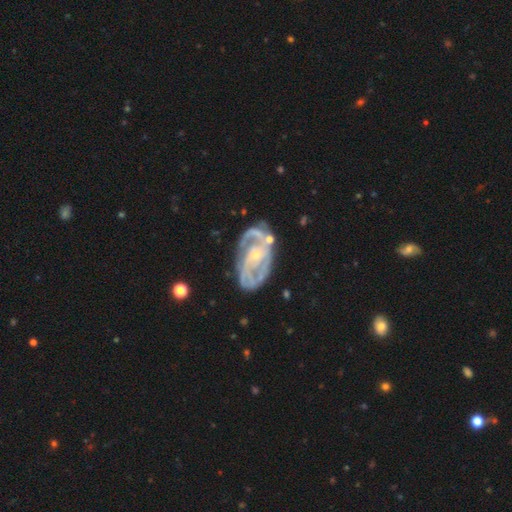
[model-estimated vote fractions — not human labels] A featured or disk galaxy (86%) with no bar (62%), 2 (49%) tight (50%) spiral arms (91%) and a small central bulge (74%). Merging: none (60%).